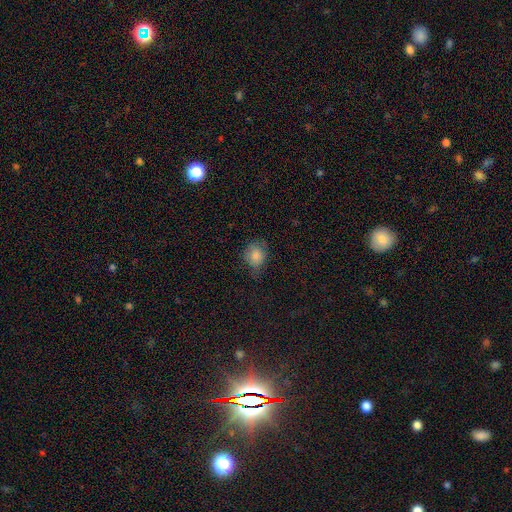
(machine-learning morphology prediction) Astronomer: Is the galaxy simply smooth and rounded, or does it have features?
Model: smooth — 82%.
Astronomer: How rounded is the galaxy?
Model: round — 56% (runner-up: in between, 42%).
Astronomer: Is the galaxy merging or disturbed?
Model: none — 58%.